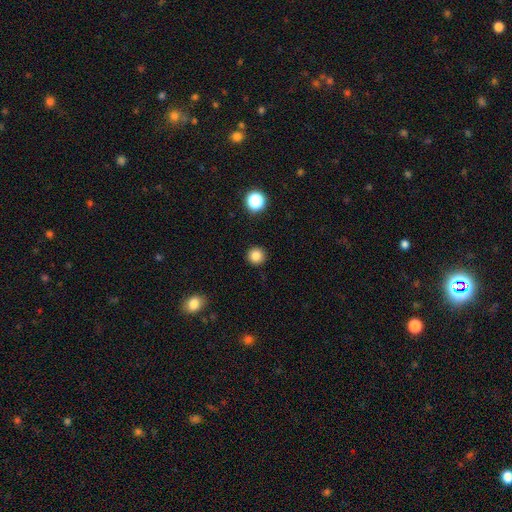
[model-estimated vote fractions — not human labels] This appears to be a smooth galaxy with no disk features (83%) that is round (95%). Merging: none (92%).